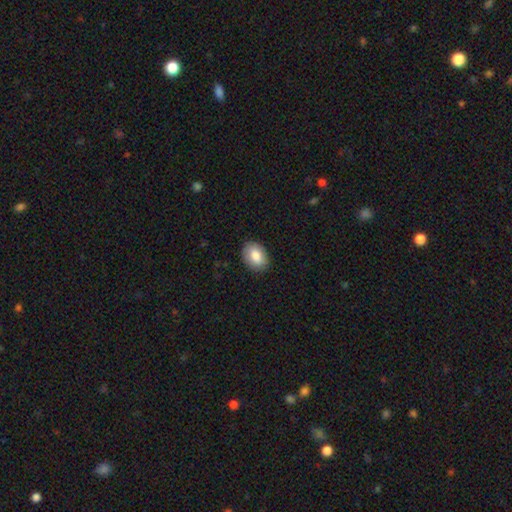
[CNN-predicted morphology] This appears to be a smooth galaxy with no disk features (84%) that is in between round and cigar-shaped (78%). Merging: none (87%).